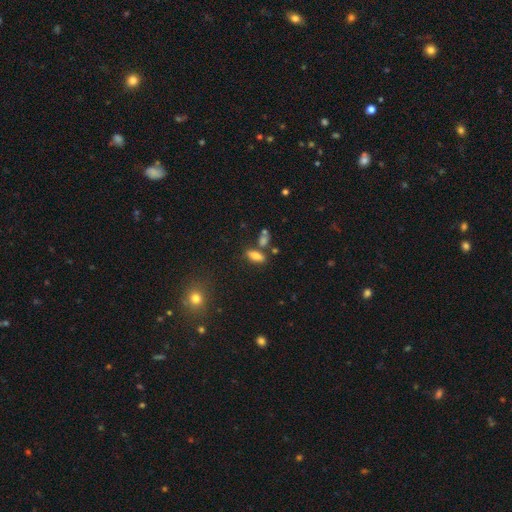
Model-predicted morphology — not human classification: Smooth or featured?
  - smooth: 80% *
  - star or artifact: 10%
  - featured or disk: 10%
How rounded?
  - in between: 75% *
  - cigar-shaped: 21%
  - round: 4%
Merging?
  - none: 66% *
  - merger: 16%
  - minor disturbance: 13%
  - major disturbance: 5%